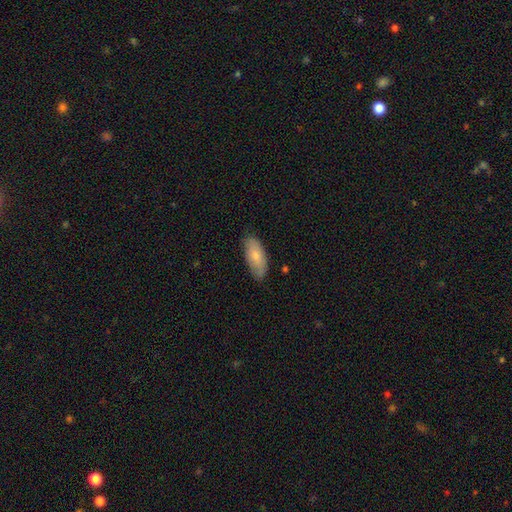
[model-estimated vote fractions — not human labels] smooth-or-featured: smooth: 76% | featured or disk: 19% | star or artifact: 6%
  how-rounded: in between: 86% | cigar-shaped: 12% | round: 2%
  merging: none: 79% | minor disturbance: 17% | major disturbance: 3% | merger: 1%